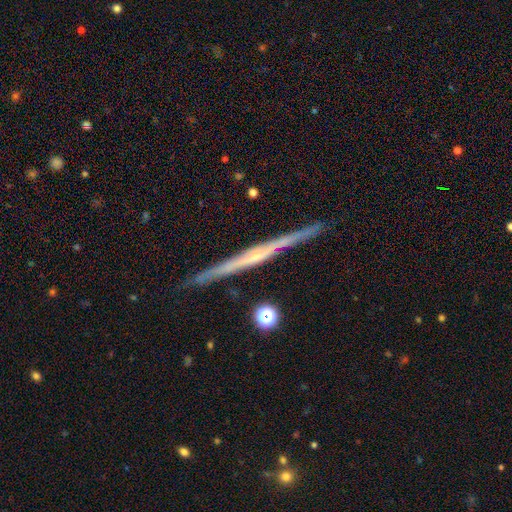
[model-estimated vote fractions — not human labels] featured or disk 79%, smooth 14%, star or artifact 6%. Down the decision tree: edge-on disk — yes (98%); edge-on bulge — rounded (46%); merging — none (89%).